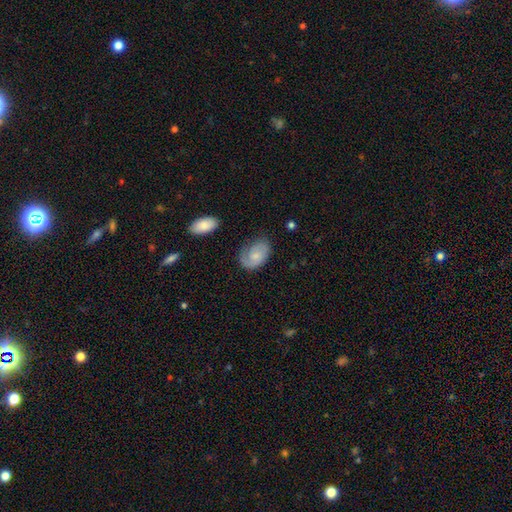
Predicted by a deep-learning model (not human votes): This appears to be a featured or disk galaxy (47%, tied with smooth). Merging: none (62%).